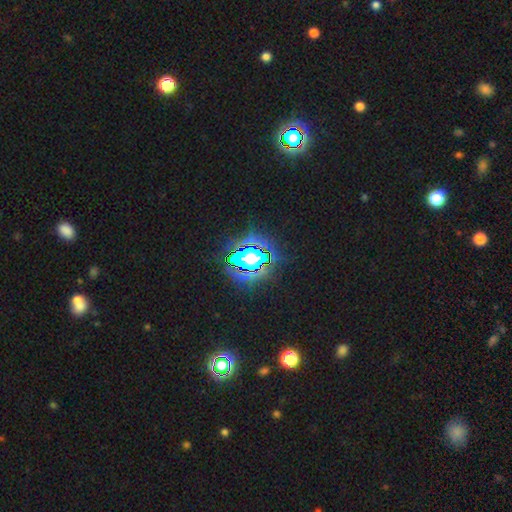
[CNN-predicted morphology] smooth-or-featured: star or artifact: 80% | smooth: 12% | featured or disk: 8%